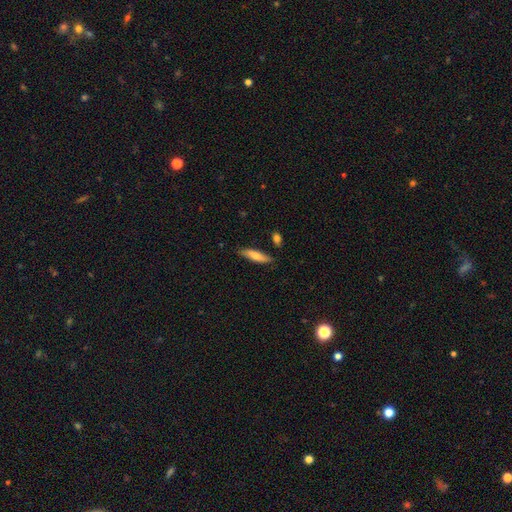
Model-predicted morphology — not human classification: Smooth or featured? Predicted: smooth (p=0.69). How rounded? Predicted: cigar-shaped (p=0.68). Merging? Predicted: none (p=0.81).